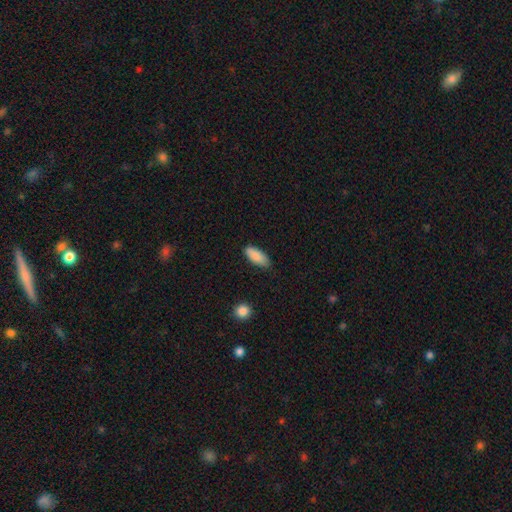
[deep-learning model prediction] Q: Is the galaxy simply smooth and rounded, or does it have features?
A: smooth — 88%.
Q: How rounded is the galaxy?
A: in between — 79%.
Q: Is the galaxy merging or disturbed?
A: none — 77%.